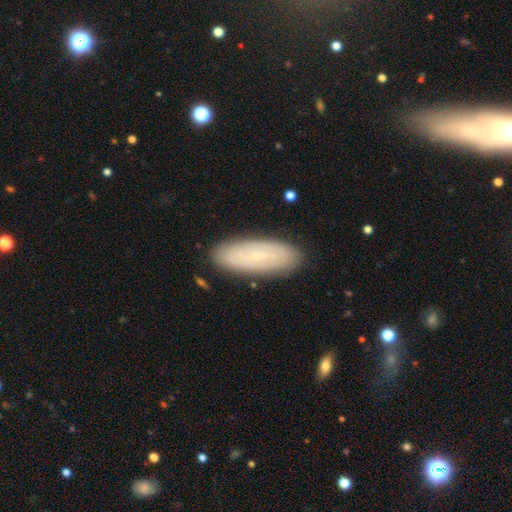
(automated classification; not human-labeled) smooth 60%, featured or disk 33%, star or artifact 7%. Down the decision tree: how rounded — in between (65%); merging — none (87%).